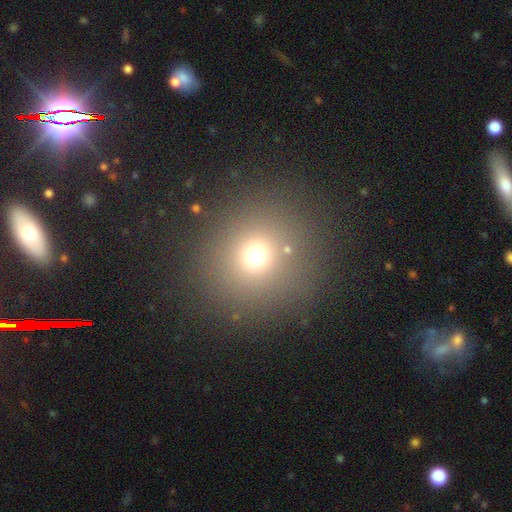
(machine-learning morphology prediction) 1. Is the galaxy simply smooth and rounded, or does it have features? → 68% smooth, 24% star or artifact, 8% featured or disk.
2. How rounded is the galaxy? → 89% round, 10% in between, 1% cigar-shaped.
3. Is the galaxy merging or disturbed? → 84% none, 7% minor disturbance, 5% major disturbance, 4% merger.